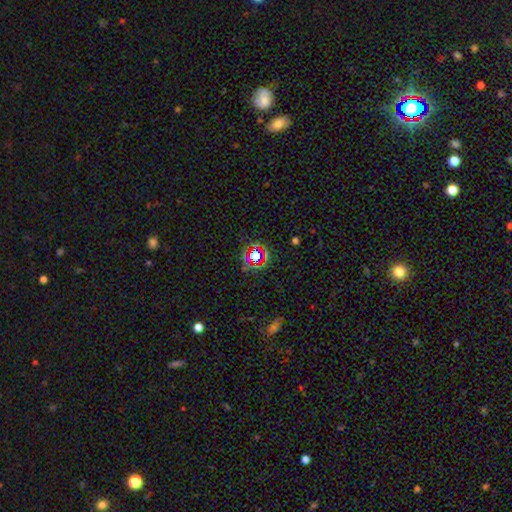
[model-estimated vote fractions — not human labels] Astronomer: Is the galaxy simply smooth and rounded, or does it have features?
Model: star or artifact — 67%.